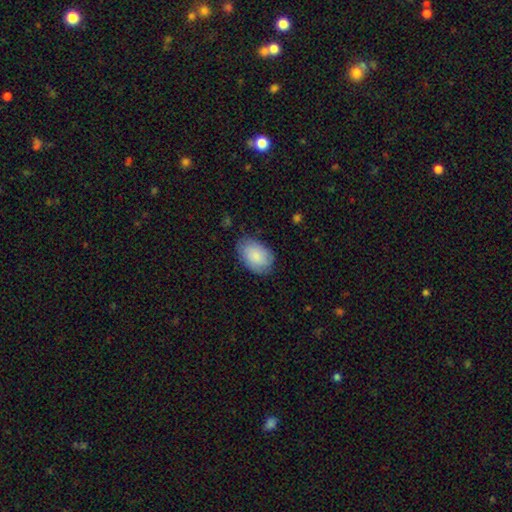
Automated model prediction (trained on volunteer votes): This appears to be a smooth galaxy with no disk features (83%) that is in between round and cigar-shaped (87%). Merging: none (72%).